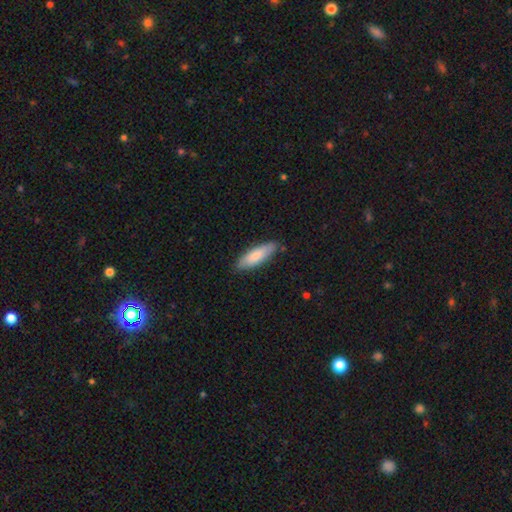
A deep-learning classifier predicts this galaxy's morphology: smooth_or_featured: smooth (p=0.81) [alt: featured or disk p=0.13]
how_rounded: cigar-shaped (p=0.52) [alt: in between p=0.46]
merging: none (p=0.83) [alt: minor disturbance p=0.13]